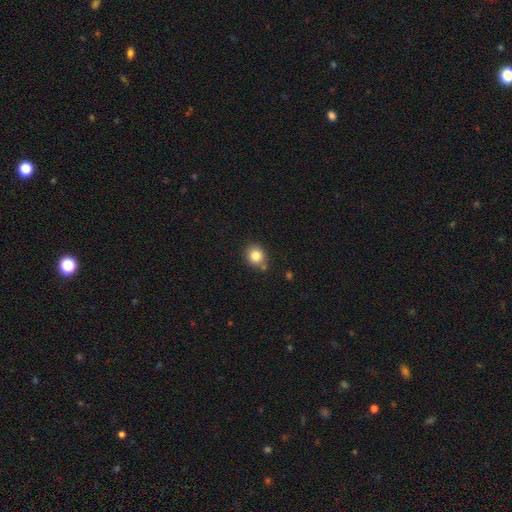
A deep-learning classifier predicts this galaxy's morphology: smooth-or-featured: smooth: 84% | star or artifact: 10% | featured or disk: 6%
  how-rounded: round: 83% | in between: 16% | cigar-shaped: 1%
  merging: none: 78% | minor disturbance: 12% | merger: 7% | major disturbance: 3%